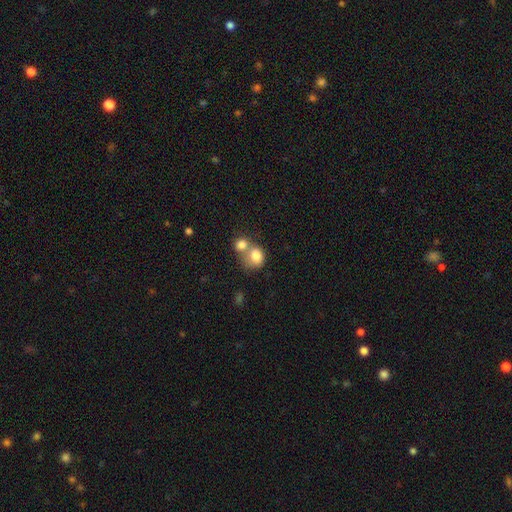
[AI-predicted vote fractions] Smooth or featured? Predicted: smooth (p=0.80). How rounded? Predicted: round (p=0.63). Merging? Predicted: merger (p=0.61).